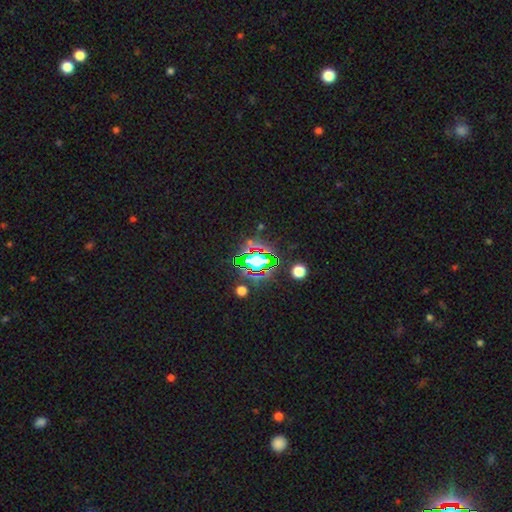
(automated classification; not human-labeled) This is likely a star or artifact rather than a galaxy (78%).